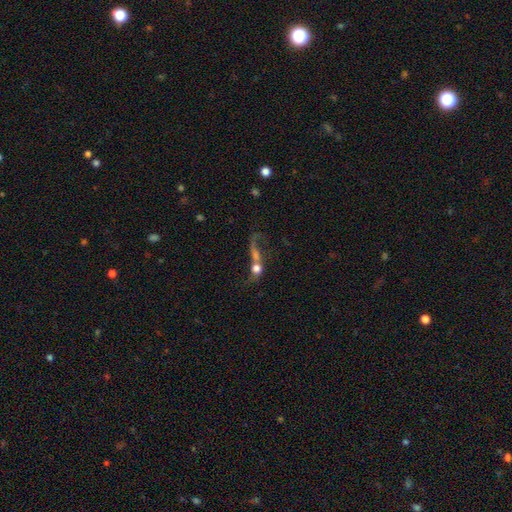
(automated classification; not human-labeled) A featured or disk galaxy (46%). Merging: merger (54%).